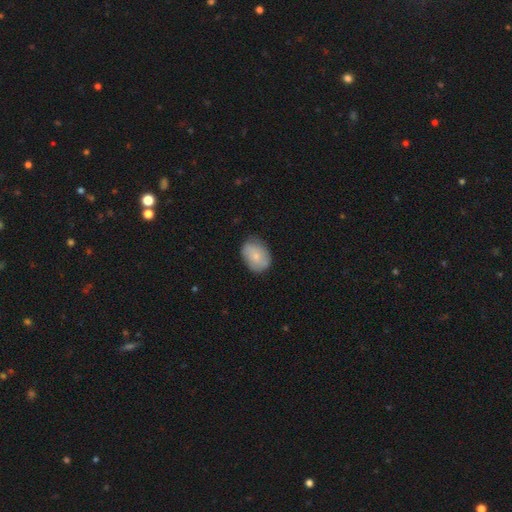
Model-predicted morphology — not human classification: This appears to be a smooth galaxy with no disk features (74%) that is in between round and cigar-shaped (68%). Merging: none (76%).